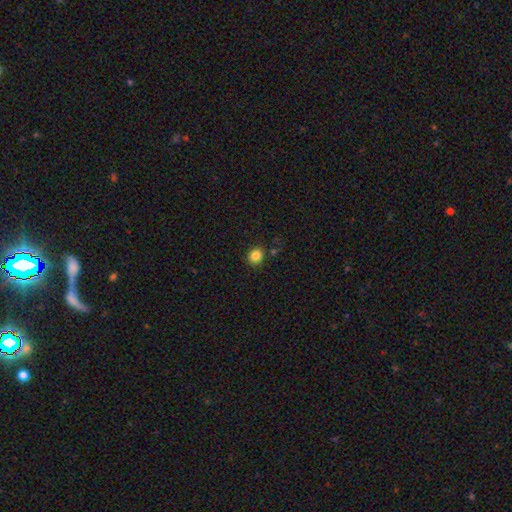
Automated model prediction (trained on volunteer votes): Smooth or featured?
  - smooth: 83% *
  - star or artifact: 12%
  - featured or disk: 5%
How rounded?
  - round: 85% *
  - in between: 14%
  - cigar-shaped: 1%
Merging?
  - none: 87% *
  - minor disturbance: 8%
  - merger: 3%
  - major disturbance: 2%